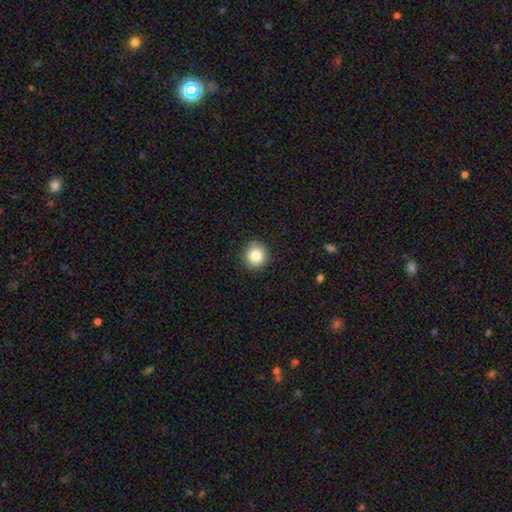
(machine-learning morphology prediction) Smooth or featured? smooth (82%)
How rounded? round (93%)
Merging? none (91%)